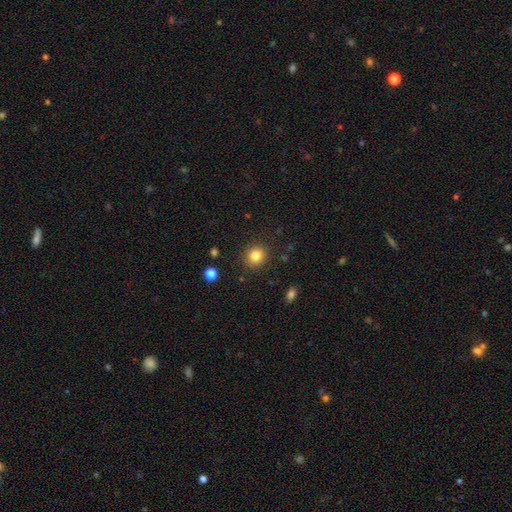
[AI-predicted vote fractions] smooth-or-featured: smooth: 83% | star or artifact: 11% | featured or disk: 6%
  how-rounded: round: 87% | in between: 12% | cigar-shaped: 1%
  merging: none: 89% | minor disturbance: 7% | major disturbance: 2% | merger: 1%